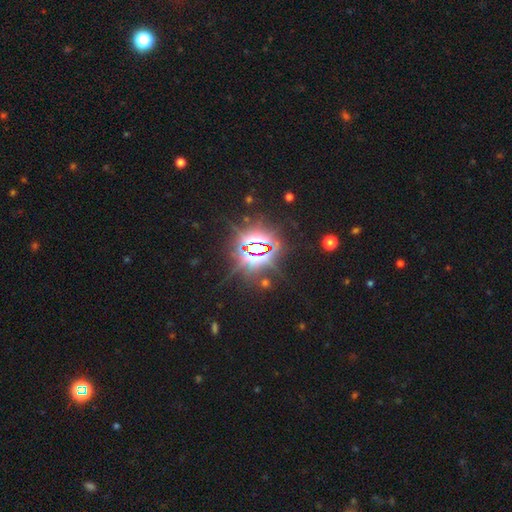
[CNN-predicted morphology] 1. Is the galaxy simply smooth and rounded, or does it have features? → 85% star or artifact, 8% smooth, 7% featured or disk.